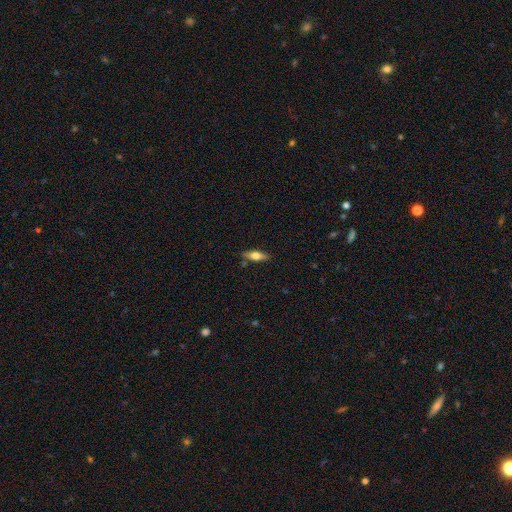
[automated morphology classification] This appears to be a smooth galaxy with no disk features (53%) that is in between round and cigar-shaped (55%). Merging: none (81%).